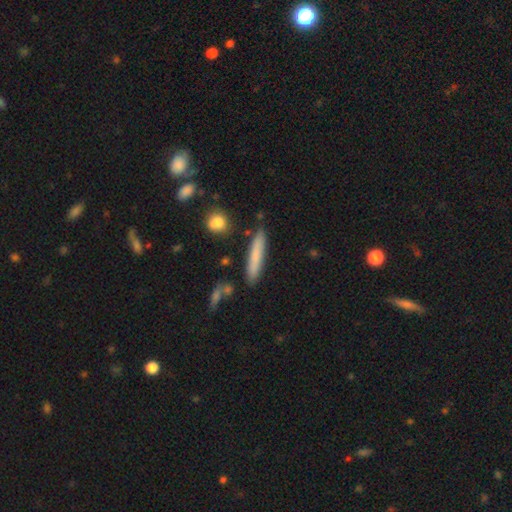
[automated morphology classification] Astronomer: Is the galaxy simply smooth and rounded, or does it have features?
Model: smooth — 75%.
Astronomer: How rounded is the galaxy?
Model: cigar-shaped — 92%.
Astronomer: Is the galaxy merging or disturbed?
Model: none — 85%.